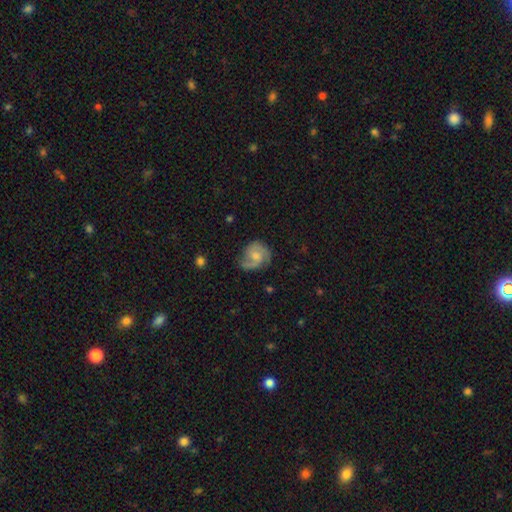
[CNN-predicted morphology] featured or disk 63%, smooth 30%, star or artifact 7%. Down the decision tree: edge-on disk — no (98%); bar — no (57%); spiral arms — yes (90%); spiral arm count — 2 (66%); spiral winding — medium (47%); bulge size — small (44%); merging — none (56%).